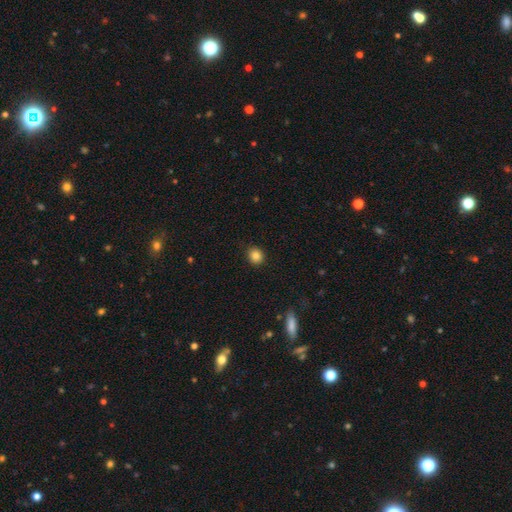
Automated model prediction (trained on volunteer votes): smooth_or_featured: smooth (p=0.85) [alt: star or artifact p=0.11]
how_rounded: round (p=0.79) [alt: in between p=0.20]
merging: none (p=0.89) [alt: minor disturbance p=0.08]